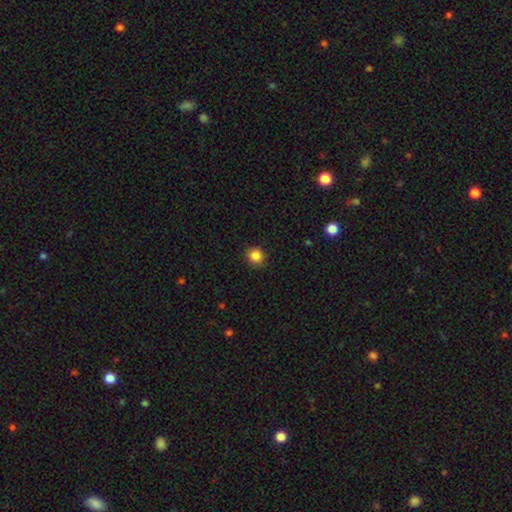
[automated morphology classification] A smooth galaxy with no disk features (86%) that is round (92%).

Vote fractions:
- Smooth or featured? smooth: 86% / star or artifact: 11% / featured or disk: 4%
- How rounded? round: 92% / in between: 7% / cigar-shaped: 1%
- Merging? none: 91% / minor disturbance: 6% / major disturbance: 2% / merger: 1%